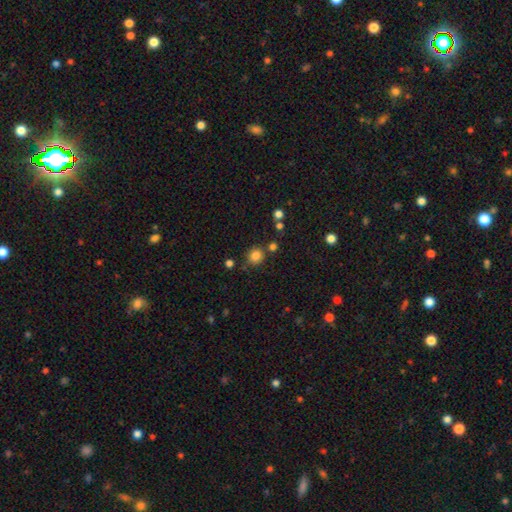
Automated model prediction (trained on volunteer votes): Overall: smooth (83%). How rounded: round (88%). Merging: none (78%).